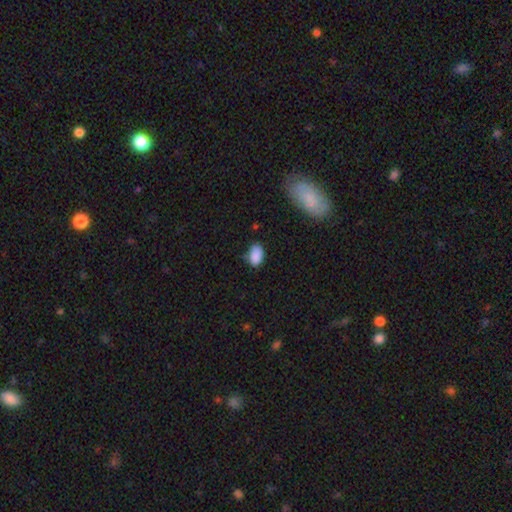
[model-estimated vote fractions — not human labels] smooth_or_featured: smooth (p=0.87) [alt: star or artifact p=0.08]
how_rounded: in between (p=0.92) [alt: round p=0.07]
merging: none (p=0.64) [alt: minor disturbance p=0.28]